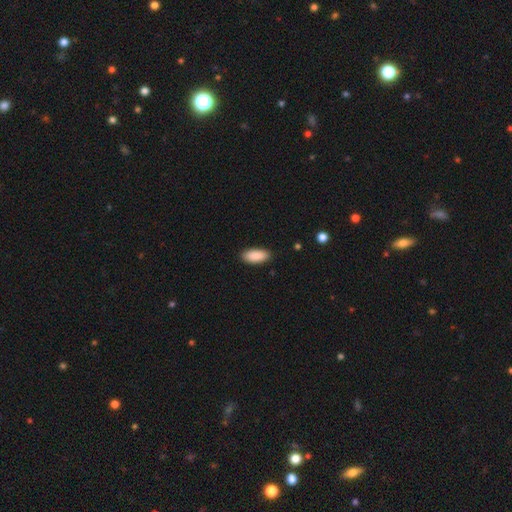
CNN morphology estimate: Overall: smooth (91%). How rounded: in between (86%). Merging: none (89%).